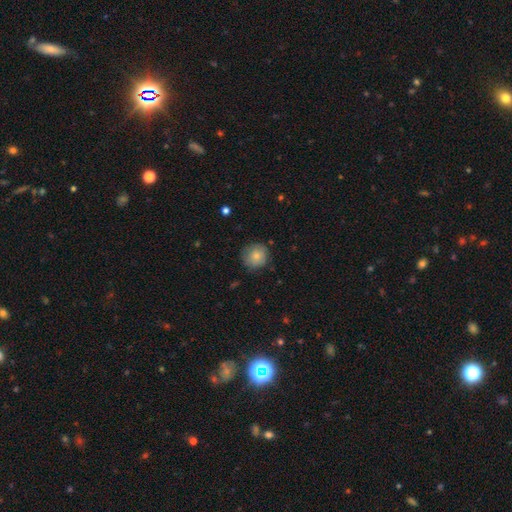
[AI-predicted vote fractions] smooth-or-featured: smooth: 81% | featured or disk: 11% | star or artifact: 8%
  how-rounded: round: 90% | in between: 9% | cigar-shaped: 1%
  merging: none: 78% | minor disturbance: 17% | major disturbance: 4% | merger: 1%